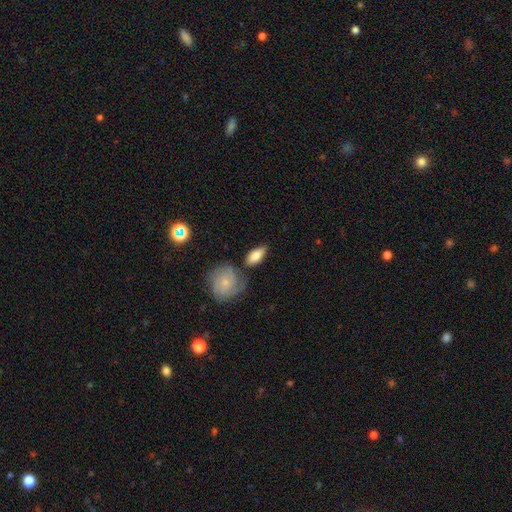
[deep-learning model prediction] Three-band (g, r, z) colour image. It shows a smooth galaxy with no disk features (75%) that is in between round and cigar-shaped (83%). Merging: none (70%).